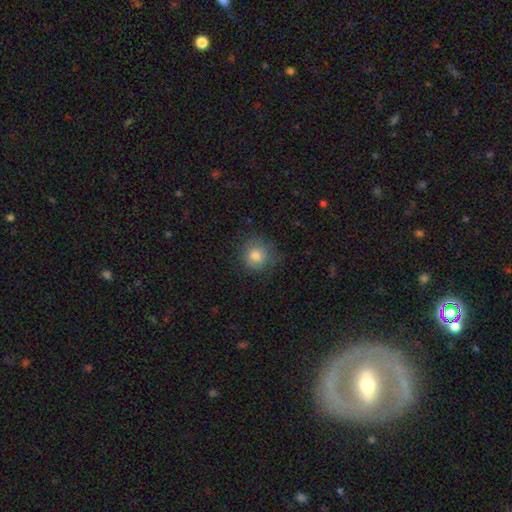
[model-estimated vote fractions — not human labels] A smooth galaxy with no disk features (78%) that is round (89%).

Vote fractions:
- Smooth or featured? smooth: 78% / featured or disk: 12% / star or artifact: 10%
- How rounded? round: 89% / in between: 10% / cigar-shaped: 1%
- Merging? none: 75% / minor disturbance: 17% / major disturbance: 7% / merger: 1%